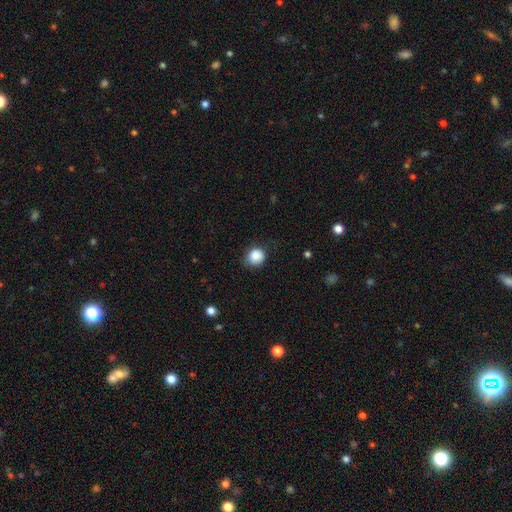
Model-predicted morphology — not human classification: Overall: smooth (86%). How rounded: round (81%). Merging: none (69%).